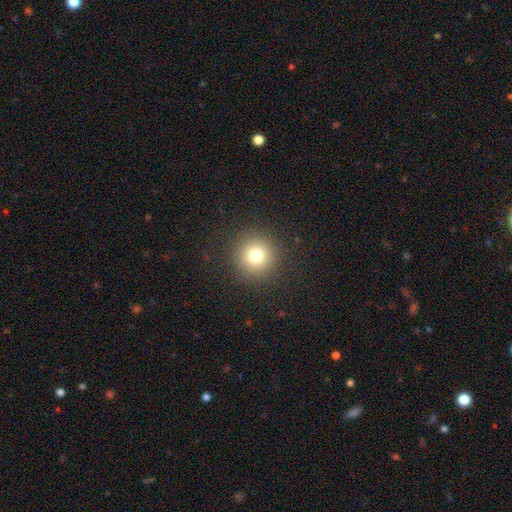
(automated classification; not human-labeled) The model was most divided on "smooth or featured": smooth: 76%, star or artifact: 15%, featured or disk: 9%. More confident: how rounded — round (95%); merging — none (91%).